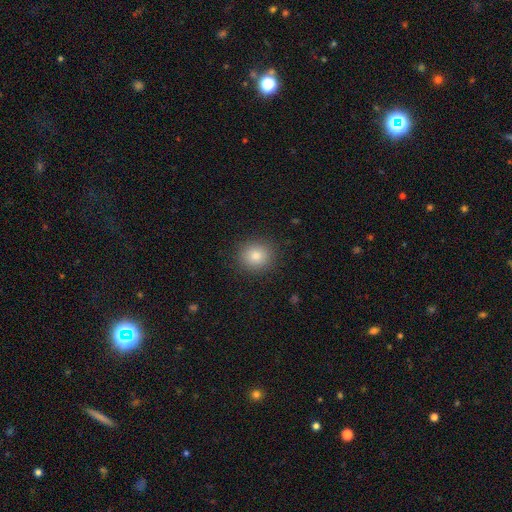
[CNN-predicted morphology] Smooth or featured? smooth (82%)
How rounded? round (85%)
Merging? none (90%)